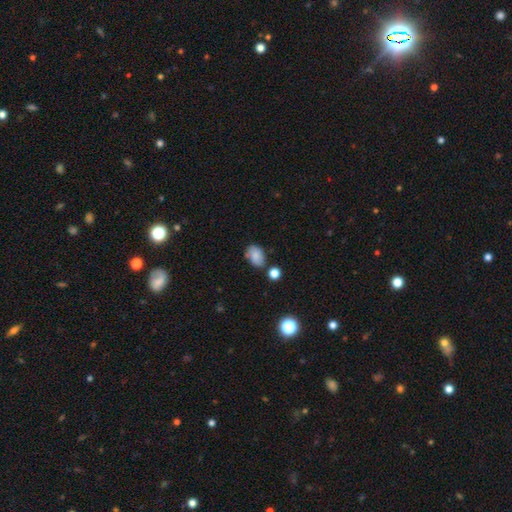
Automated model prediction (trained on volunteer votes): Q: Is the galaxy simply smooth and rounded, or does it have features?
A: smooth — 78%.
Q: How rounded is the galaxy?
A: in between — 77%.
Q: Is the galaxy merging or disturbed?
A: none — 61%.